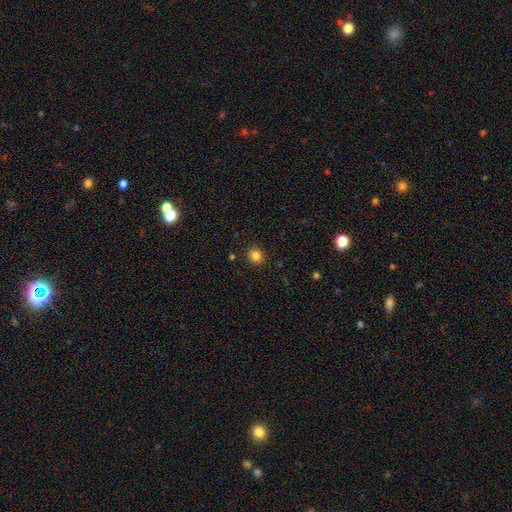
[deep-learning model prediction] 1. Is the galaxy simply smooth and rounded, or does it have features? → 83% smooth, 12% star or artifact, 5% featured or disk.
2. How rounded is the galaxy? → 86% round, 13% in between, 1% cigar-shaped.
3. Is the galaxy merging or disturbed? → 90% none, 7% minor disturbance, 2% major disturbance, 1% merger.